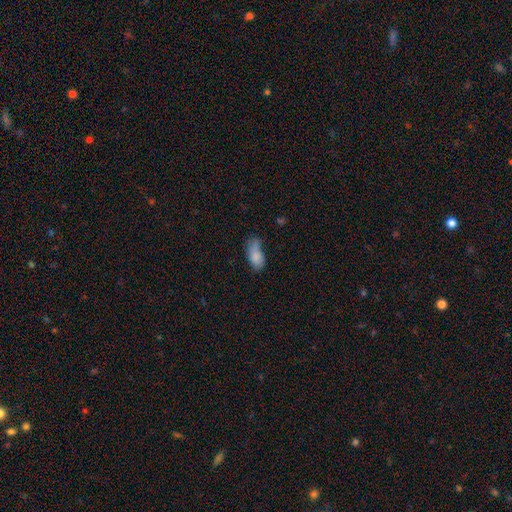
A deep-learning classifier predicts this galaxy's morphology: Q: Smooth or featured?
A: smooth (80%); runner-up: featured or disk (11%)
Q: How rounded?
A: in between (88%); runner-up: cigar-shaped (8%)
Q: Merging?
A: none (37%); runner-up: minor disturbance (35%)